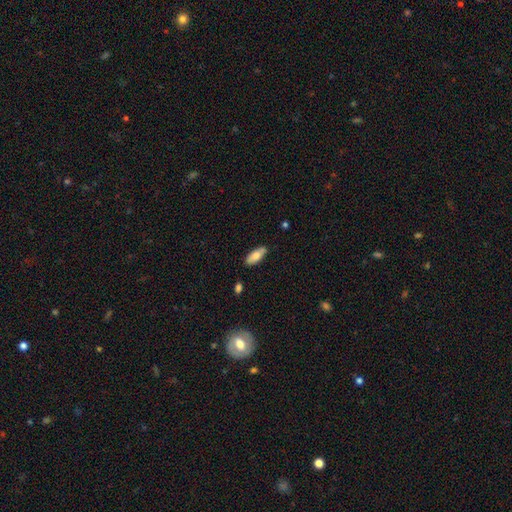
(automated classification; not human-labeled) A smooth galaxy with no disk features (77%) that is in between round and cigar-shaped (80%). Merging: none (84%).